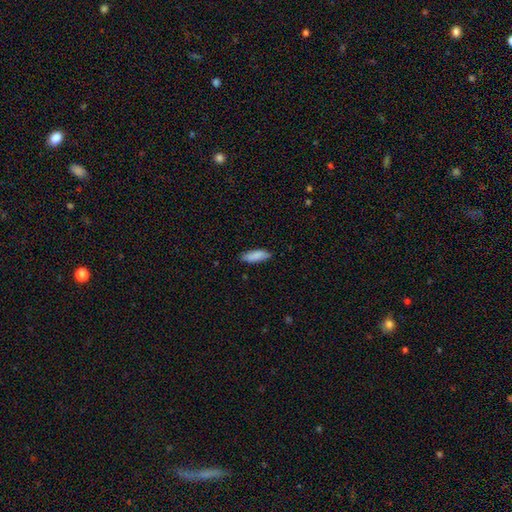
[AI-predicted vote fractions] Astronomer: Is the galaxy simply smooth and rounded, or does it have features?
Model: smooth — 87%.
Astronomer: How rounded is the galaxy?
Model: in between — 64%.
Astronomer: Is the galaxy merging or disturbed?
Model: none — 83%.